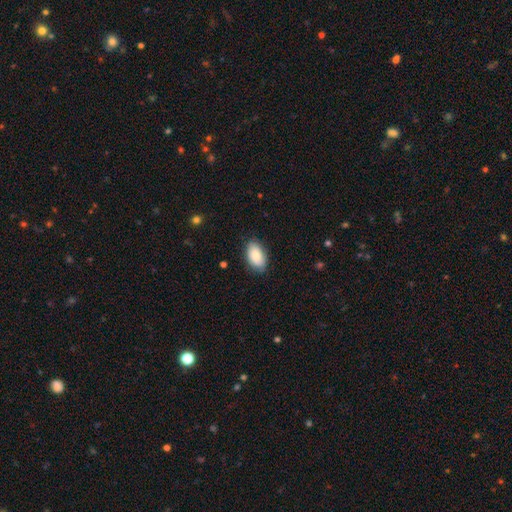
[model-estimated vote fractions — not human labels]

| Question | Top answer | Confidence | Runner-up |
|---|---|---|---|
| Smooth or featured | smooth | 84% | featured or disk (9%) |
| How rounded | in between | 94% | round (5%) |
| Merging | none | 80% | minor disturbance (16%) |